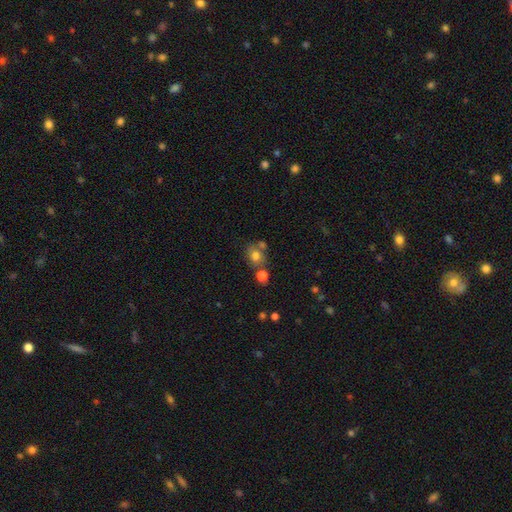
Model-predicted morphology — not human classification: type=smooth (73%); roundness=round (60%); merging=none (59%).